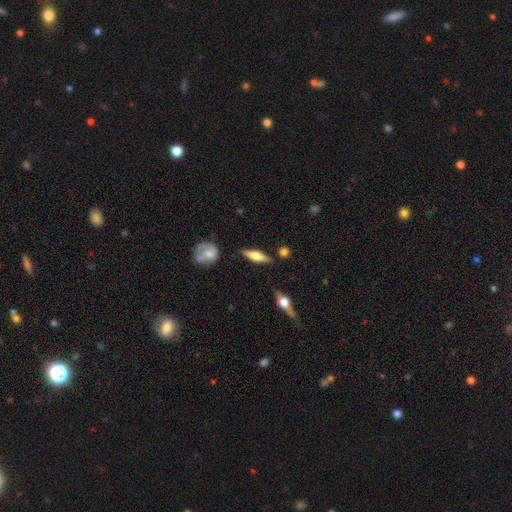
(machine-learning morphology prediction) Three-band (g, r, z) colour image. It shows a featured or disk galaxy (50%) viewed edge-on (93%). Merging: none (82%).